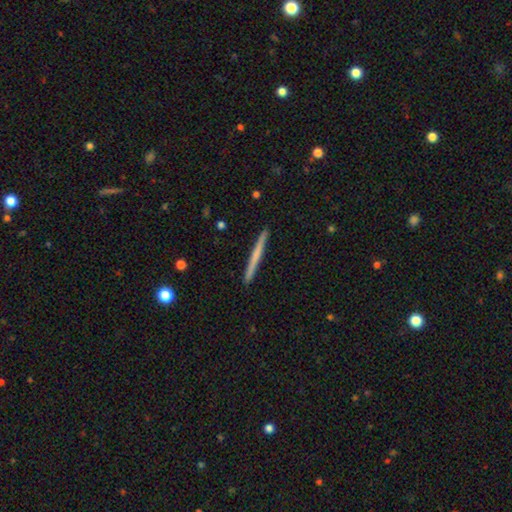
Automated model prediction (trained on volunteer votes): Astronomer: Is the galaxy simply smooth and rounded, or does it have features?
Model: smooth — 52% (runner-up: featured or disk, 43%).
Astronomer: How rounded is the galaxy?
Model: cigar-shaped — 97%.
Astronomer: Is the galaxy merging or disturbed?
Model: none — 93%.